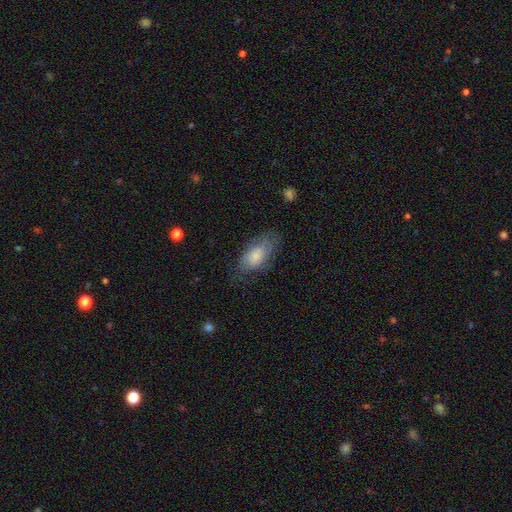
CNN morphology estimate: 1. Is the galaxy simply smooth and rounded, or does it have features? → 64% smooth, 29% featured or disk, 7% star or artifact.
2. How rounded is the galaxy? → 91% in between, 6% cigar-shaped, 4% round.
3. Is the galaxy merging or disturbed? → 60% none, 26% minor disturbance, 13% major disturbance, 2% merger.